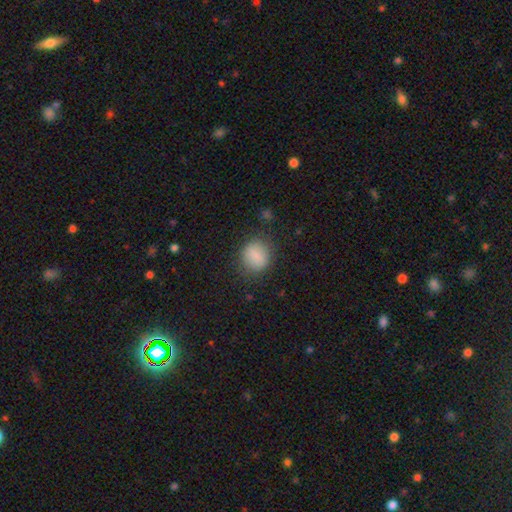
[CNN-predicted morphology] A smooth galaxy with no disk features (85%) that is round (74%). Merging: none (80%).